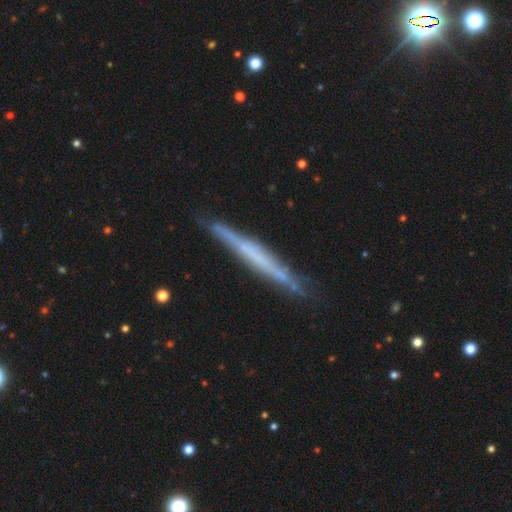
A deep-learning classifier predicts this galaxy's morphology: This is likely a featured or disk galaxy (61%). It is clearly viewed edge-on (94%). Edge-on bulge: clearly none (84%). Merging: clearly none (83%).